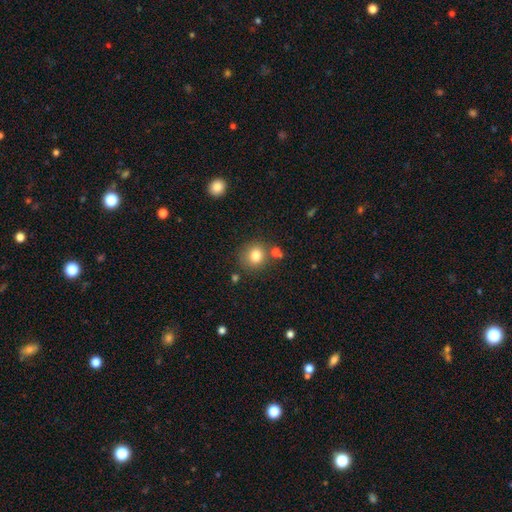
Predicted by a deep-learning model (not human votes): Overall: smooth (81%). How rounded: round (82%). Merging: none (73%).